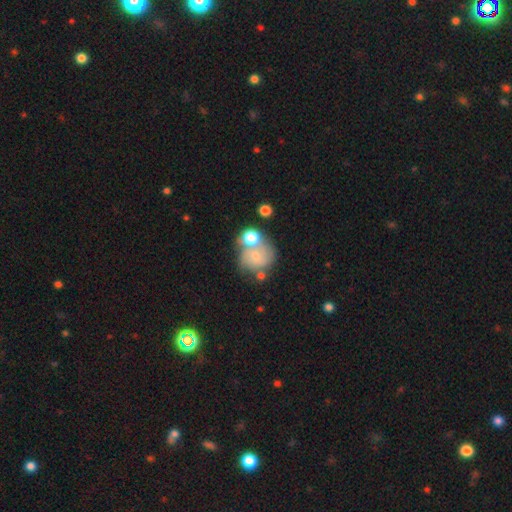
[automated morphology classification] Smooth or featured? smooth (46%)
Merging? merger (40%)